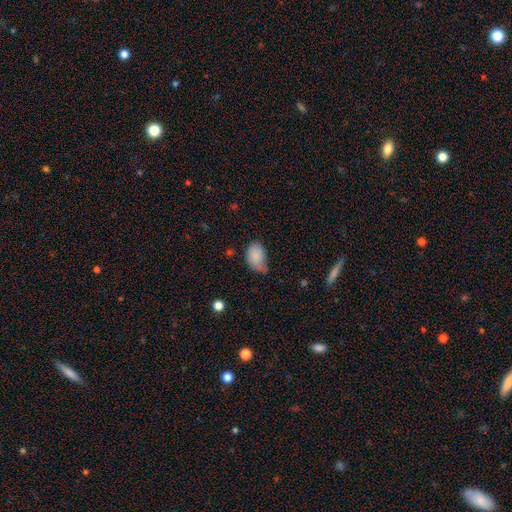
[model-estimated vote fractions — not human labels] smooth 83%, featured or disk 10%, star or artifact 8%. Down the decision tree: how rounded — in between (84%); merging — minor disturbance (43%).